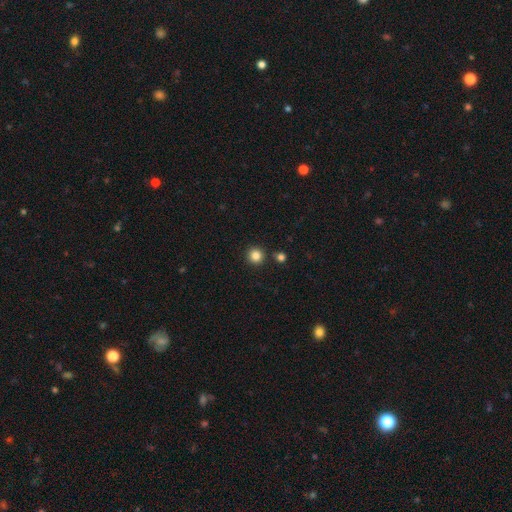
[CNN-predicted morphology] type=smooth (84%); roundness=round (95%); merging=none (88%).